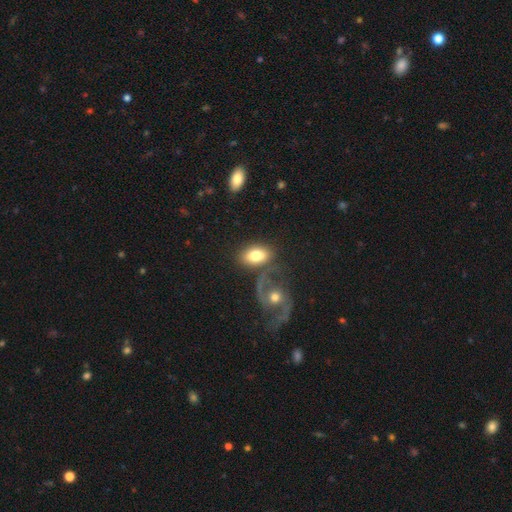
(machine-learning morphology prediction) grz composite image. It shows a smooth galaxy with no disk features (71%) that is in between round and cigar-shaped (87%). Merging: none (56%).